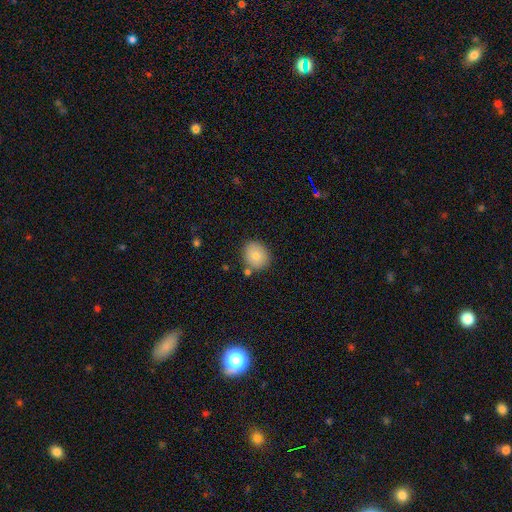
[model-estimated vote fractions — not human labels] This appears to be a smooth galaxy with no disk features (82%) that is round (69%). Merging: none (77%).